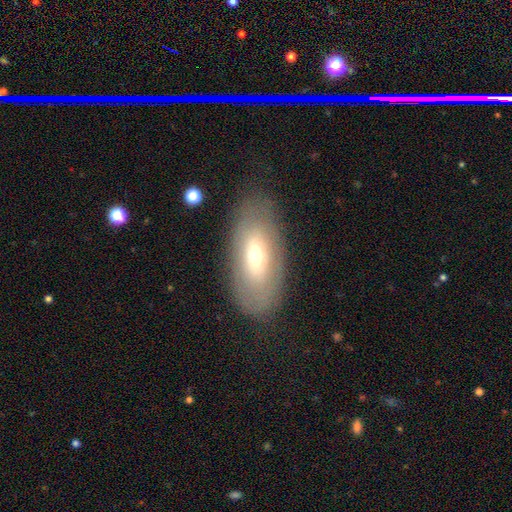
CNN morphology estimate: A smooth galaxy with no disk features (52%) that is in between round and cigar-shaped (87%).

Vote fractions:
- Smooth or featured? smooth: 52% / featured or disk: 39% / star or artifact: 9%
- How rounded? in between: 87% / cigar-shaped: 9% / round: 4%
- Merging? none: 80% / minor disturbance: 14% / major disturbance: 5% / merger: 1%